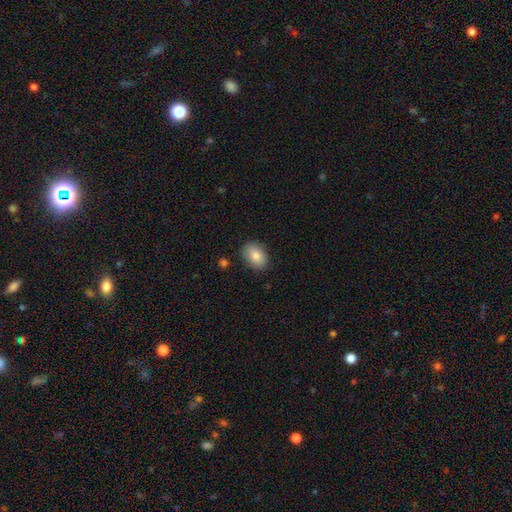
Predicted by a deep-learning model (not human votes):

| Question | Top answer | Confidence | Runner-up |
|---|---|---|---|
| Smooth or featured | smooth | 85% | featured or disk (8%) |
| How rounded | in between | 83% | round (16%) |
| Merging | none | 85% | minor disturbance (11%) |